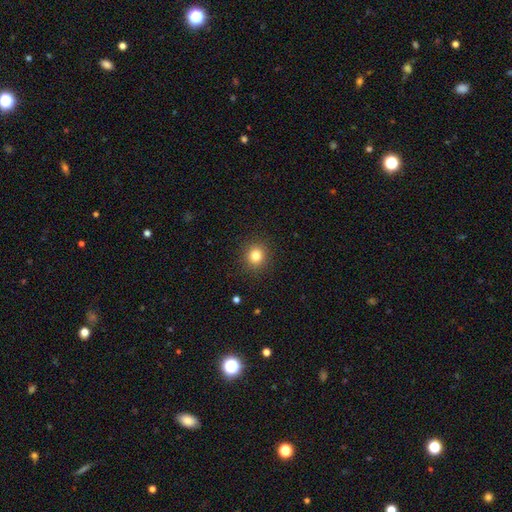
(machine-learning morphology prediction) Smooth or featured: smooth — 82% (star or artifact — 12%)
How rounded: round — 87% (in between — 13%)
Merging: none — 91% (minor disturbance — 6%)